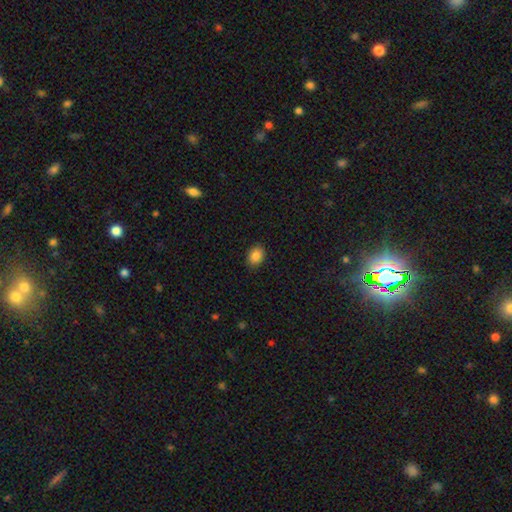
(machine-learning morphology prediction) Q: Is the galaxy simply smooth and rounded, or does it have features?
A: smooth — 87%.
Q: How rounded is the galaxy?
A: in between — 69%.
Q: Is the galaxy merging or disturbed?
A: none — 88%.